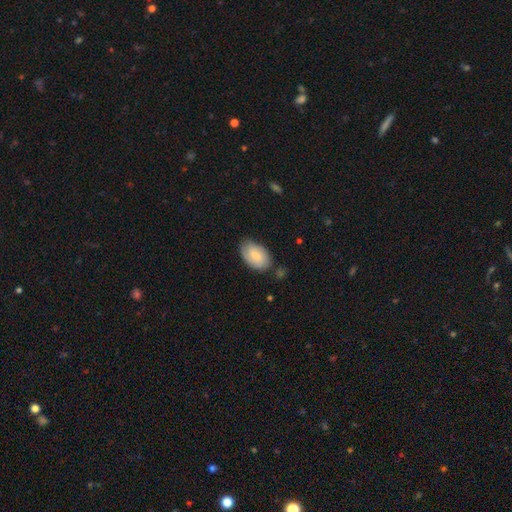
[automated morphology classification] Smooth or featured? smooth (66%)
How rounded? in between (92%)
Merging? none (72%)